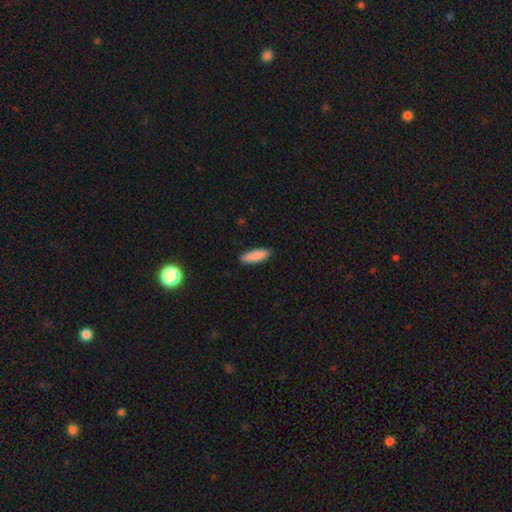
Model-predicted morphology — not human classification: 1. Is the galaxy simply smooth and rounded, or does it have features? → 89% smooth, 6% star or artifact, 5% featured or disk.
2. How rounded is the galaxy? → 49% in between (tied), 49% cigar-shaped (tied), 2% round.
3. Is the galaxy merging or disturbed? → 88% none, 9% minor disturbance, 2% major disturbance, 1% merger.